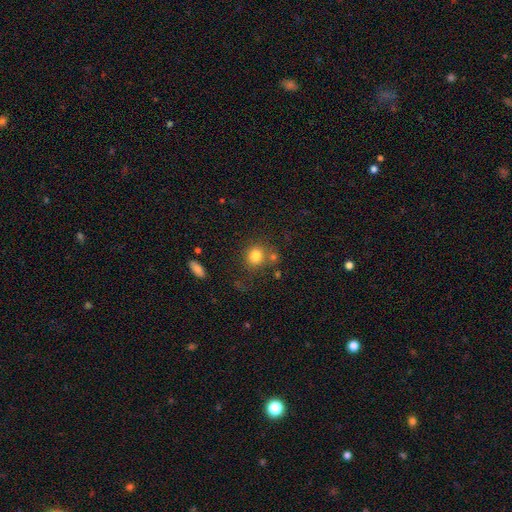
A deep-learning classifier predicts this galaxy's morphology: Q: Smooth or featured?
A: smooth (81%); runner-up: star or artifact (11%)
Q: How rounded?
A: round (84%); runner-up: in between (15%)
Q: Merging?
A: none (69%); runner-up: merger (14%)